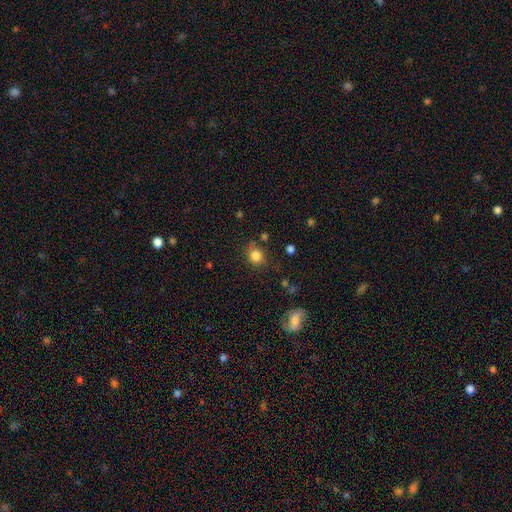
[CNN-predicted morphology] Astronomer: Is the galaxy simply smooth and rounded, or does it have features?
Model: smooth — 83%.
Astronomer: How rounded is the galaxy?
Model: round — 80%.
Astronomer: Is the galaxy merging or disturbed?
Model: none — 75%.